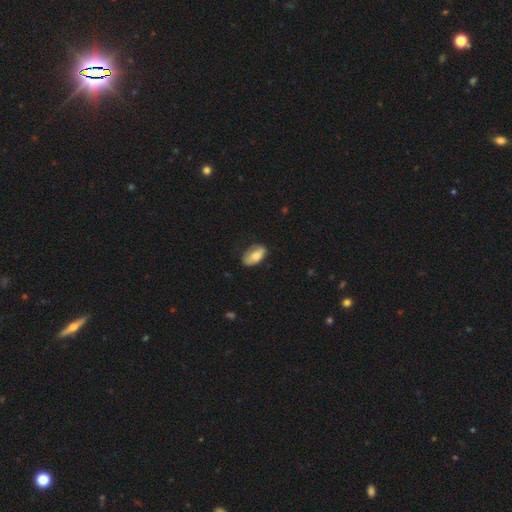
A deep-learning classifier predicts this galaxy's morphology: A smooth galaxy with no disk features (78%) that is in between round and cigar-shaped (93%).

Vote fractions:
- Smooth or featured? smooth: 78% / featured or disk: 15% / star or artifact: 6%
- How rounded? in between: 93% / cigar-shaped: 4% / round: 3%
- Merging? none: 71% / minor disturbance: 23% / major disturbance: 4% / merger: 1%